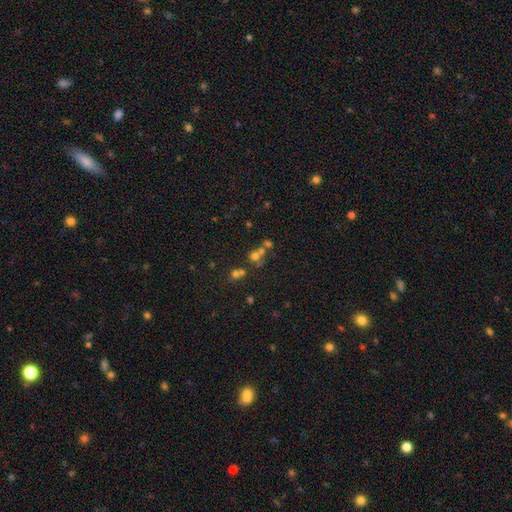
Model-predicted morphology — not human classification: This is possibly a smooth galaxy (47%). Merging: possibly none (47%).